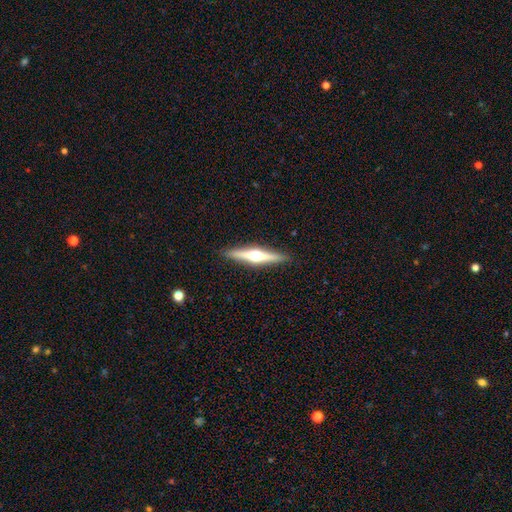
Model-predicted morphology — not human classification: The model was most divided on "smooth or featured": featured or disk: 73%, smooth: 22%, star or artifact: 5%. More confident: edge-on disk — yes (98%); edge-on bulge — rounded (95%); merging — none (92%).